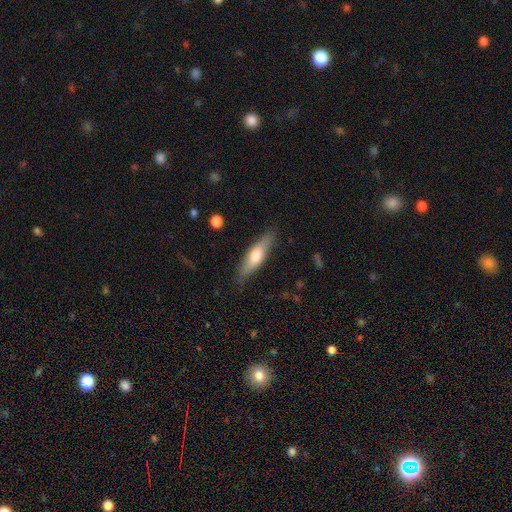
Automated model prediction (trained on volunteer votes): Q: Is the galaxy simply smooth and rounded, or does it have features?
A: smooth — 59%.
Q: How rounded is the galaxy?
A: cigar-shaped — 69%.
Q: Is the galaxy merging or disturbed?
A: none — 83%.